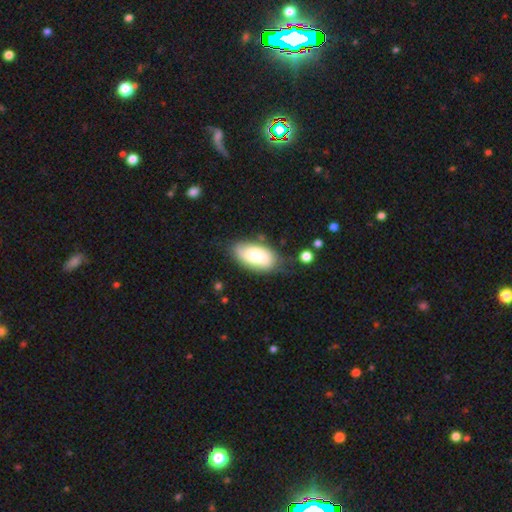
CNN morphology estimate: smooth_or_featured: smooth (p=0.65) [alt: featured or disk p=0.28]
how_rounded: in between (p=0.93) [alt: cigar-shaped p=0.04]
merging: none (p=0.65) [alt: minor disturbance p=0.24]